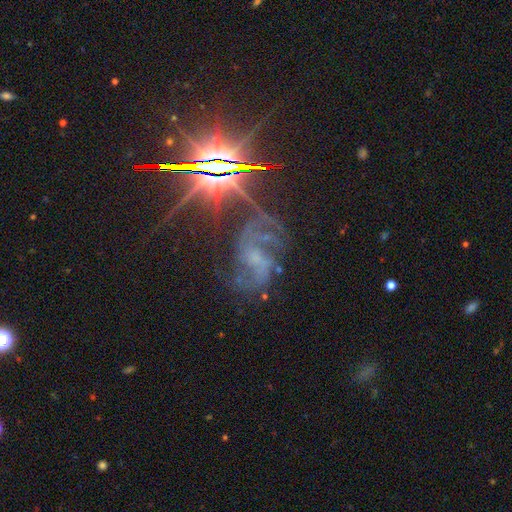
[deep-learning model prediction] Overall: featured or disk (56%; star or artifact 35%). Edge-on disk: no (92%). Bar: weak (42%; no 37%). Spiral arms: yes (90%). Bulge size: small (62%). Merging: none (58%; major disturbance 20%).